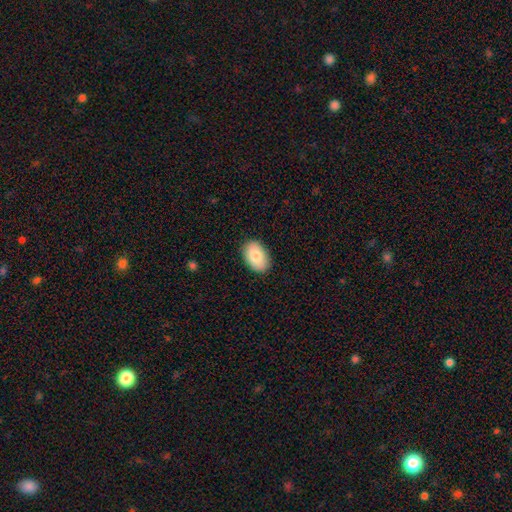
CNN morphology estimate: Smooth or featured: smooth — 80% (featured or disk — 13%)
How rounded: in between — 89% (round — 10%)
Merging: none — 87% (minor disturbance — 10%)